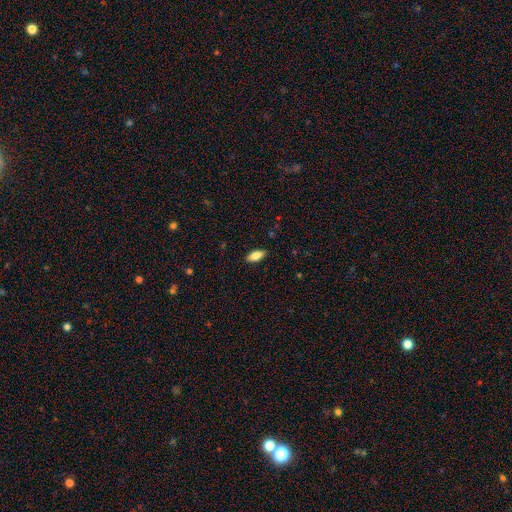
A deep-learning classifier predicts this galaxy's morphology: The model was most divided on "smooth or featured": smooth: 80%, featured or disk: 13%, star or artifact: 7%. More confident: merging — none (87%); how rounded — in between (84%).